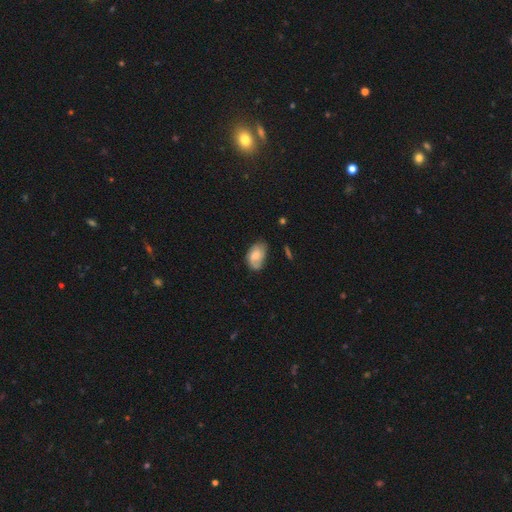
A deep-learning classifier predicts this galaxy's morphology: type=smooth (66%); roundness=in between (89%); merging=none (53%).